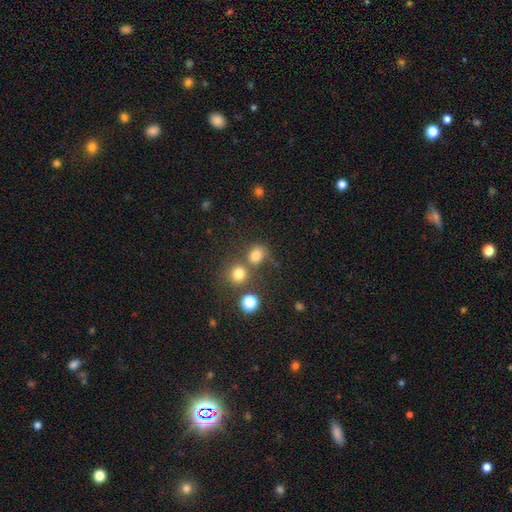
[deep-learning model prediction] Smooth or featured? smooth (77%)
How rounded? round (74%)
Merging? none (55%)